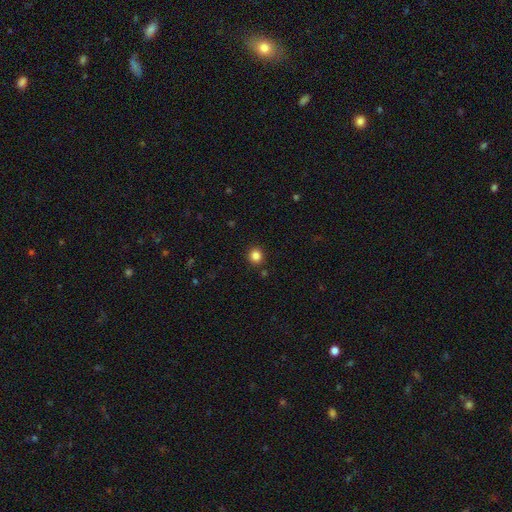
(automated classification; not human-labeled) Smooth or featured?
  - smooth: 85% *
  - star or artifact: 12%
  - featured or disk: 4%
How rounded?
  - round: 90% *
  - in between: 9%
  - cigar-shaped: 1%
Merging?
  - none: 90% *
  - minor disturbance: 6%
  - merger: 2%
  - major disturbance: 2%